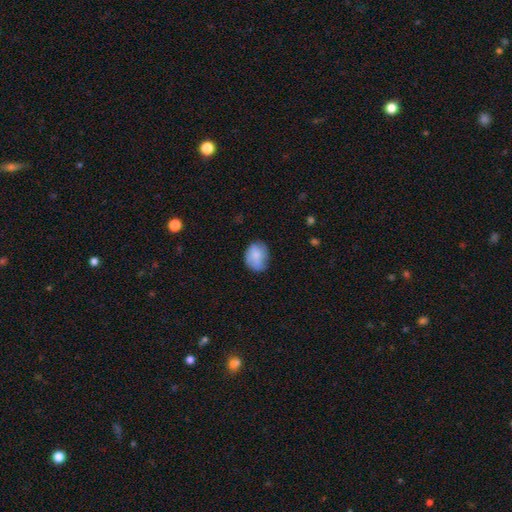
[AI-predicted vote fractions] A smooth galaxy with no disk features (77%) that is in between round and cigar-shaped (57%).

Vote fractions:
- Smooth or featured? smooth: 77% / featured or disk: 16% / star or artifact: 8%
- How rounded? in between: 57% / round: 42% / cigar-shaped: 1%
- Merging? none: 63% / minor disturbance: 27% / major disturbance: 8% / merger: 2%